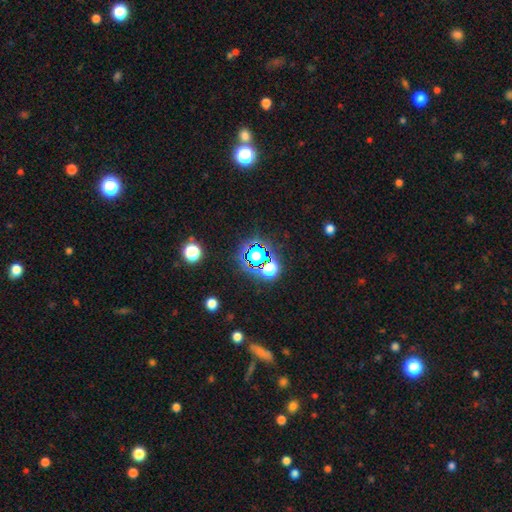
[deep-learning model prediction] The model was most divided on "smooth or featured": star or artifact: 63%, smooth: 26%, featured or disk: 12%.